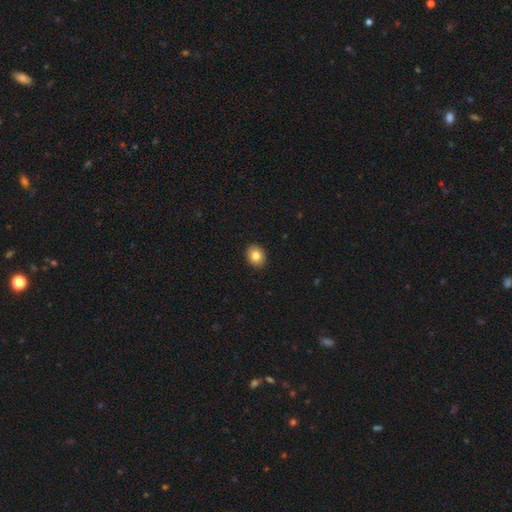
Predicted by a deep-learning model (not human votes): Smooth or featured?
  - smooth: 82% *
  - star or artifact: 9%
  - featured or disk: 9%
How rounded?
  - round: 57% *
  - in between: 42%
  - cigar-shaped: 1%
Merging?
  - none: 92% *
  - minor disturbance: 6%
  - major disturbance: 1%
  - merger: 1%